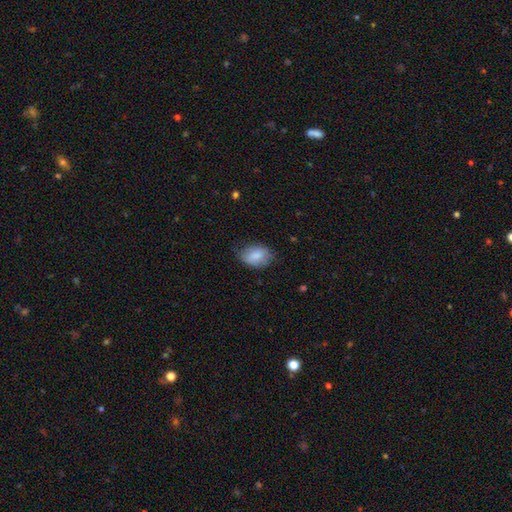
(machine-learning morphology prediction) Smooth or featured? Predicted: smooth (p=0.82). How rounded? Predicted: in between (p=0.83). Merging? Predicted: none (p=0.66).